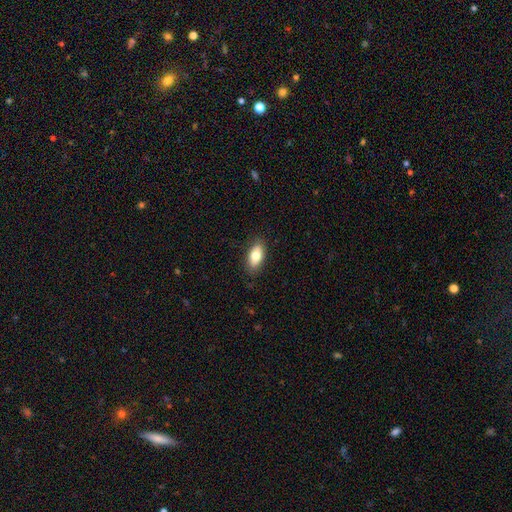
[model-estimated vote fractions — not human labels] This is likely a smooth galaxy (78%). How rounded: clearly in between (89%). Merging: clearly none (85%).